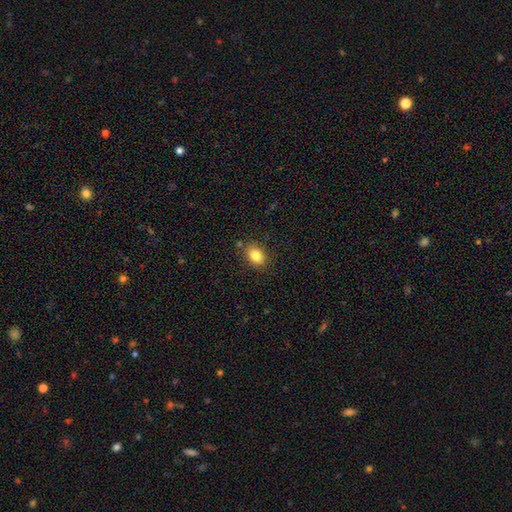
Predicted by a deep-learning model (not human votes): Overall: smooth (83%). How rounded: in between (76%). Merging: none (83%).